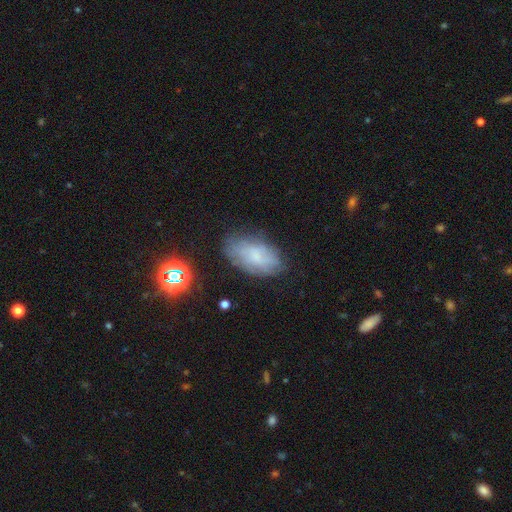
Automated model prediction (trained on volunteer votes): Morphology: type=smooth (56%); roundness=in between (93%); merging=none (67%).